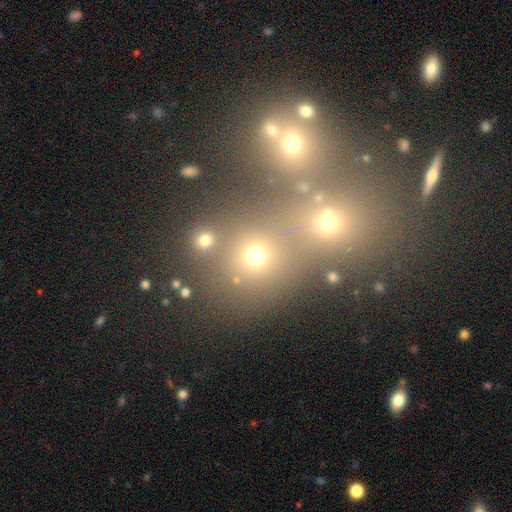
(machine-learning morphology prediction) smooth-or-featured: smooth: 71% | star or artifact: 20% | featured or disk: 9%
  how-rounded: round: 84% | in between: 14% | cigar-shaped: 1%
  merging: none: 55% | merger: 34% | minor disturbance: 7% | major disturbance: 4%